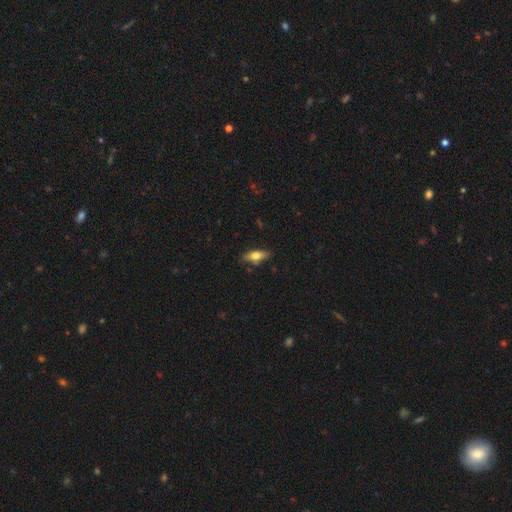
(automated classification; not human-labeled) Overall: smooth (63%; featured or disk 30%). How rounded: in between (65%; cigar-shaped 32%). Merging: none (80%).